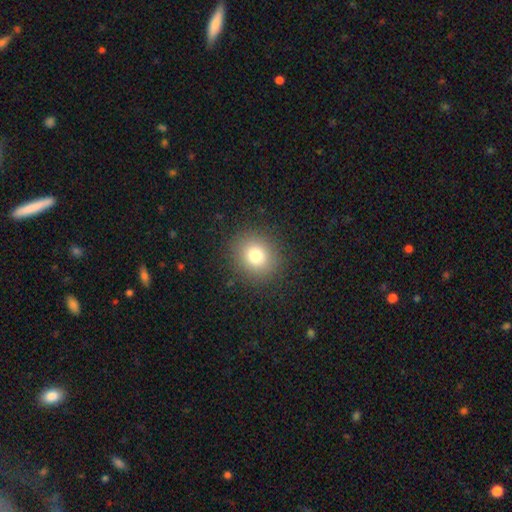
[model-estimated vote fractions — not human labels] Smooth or featured: smooth — 79% (star or artifact — 13%)
How rounded: round — 81% (in between — 18%)
Merging: none — 89% (minor disturbance — 7%)